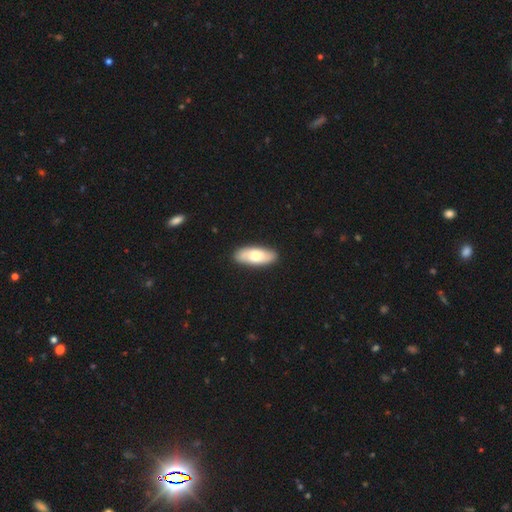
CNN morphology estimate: A smooth galaxy with no disk features (70%) that is in between round and cigar-shaped (79%).

Vote fractions:
- Smooth or featured? smooth: 70% / featured or disk: 25% / star or artifact: 5%
- How rounded? in between: 79% / cigar-shaped: 18% / round: 2%
- Merging? none: 89% / minor disturbance: 8% / major disturbance: 2% / merger: 1%